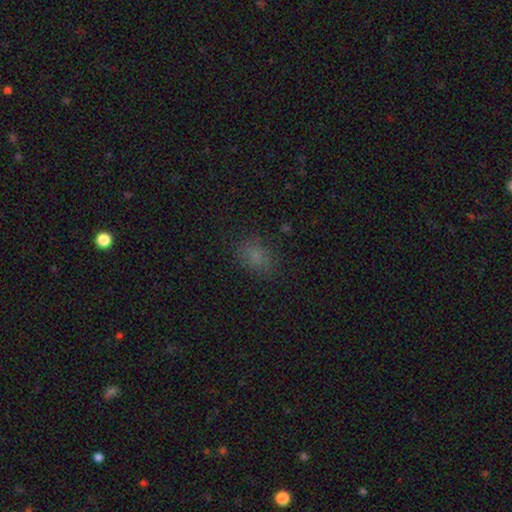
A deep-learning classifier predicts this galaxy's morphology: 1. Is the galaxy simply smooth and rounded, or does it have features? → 76% smooth, 17% star or artifact, 7% featured or disk.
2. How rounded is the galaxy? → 73% in between, 25% round, 2% cigar-shaped.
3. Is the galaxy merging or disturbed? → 79% none, 15% minor disturbance, 4% major disturbance, 1% merger.